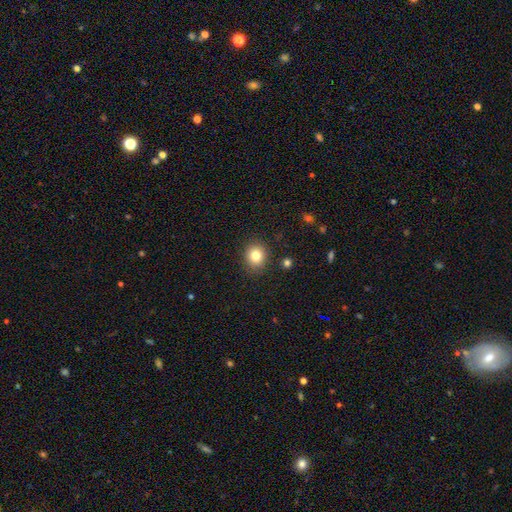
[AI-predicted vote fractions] Morphology: type=smooth (81%); roundness=round (76%); merging=none (88%).